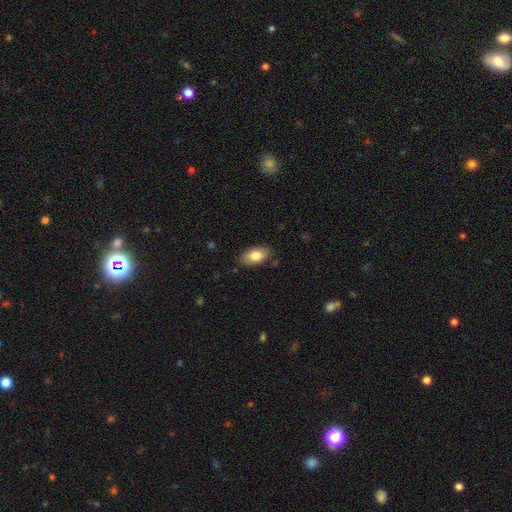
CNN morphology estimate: A smooth galaxy with no disk features (82%) that is in between round and cigar-shaped (92%). Merging: none (83%).